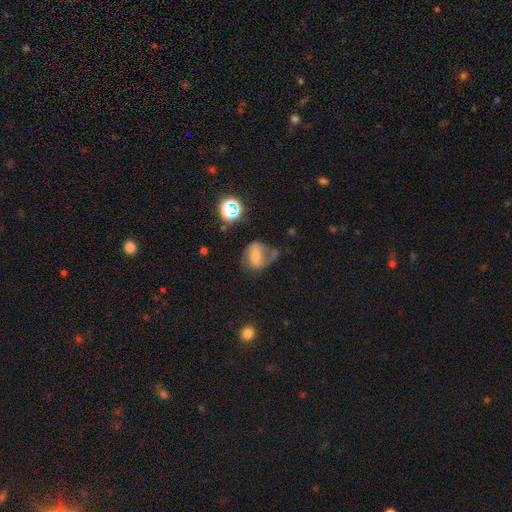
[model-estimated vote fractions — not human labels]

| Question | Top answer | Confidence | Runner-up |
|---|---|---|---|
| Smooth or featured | featured or disk | 58% | smooth (30%) |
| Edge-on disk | no | 96% | yes (4%) |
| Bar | weak | 40% | no (33%) |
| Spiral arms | yes | 83% | no (17%) |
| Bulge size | small | 42% | moderate (41%) |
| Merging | none | 42% | major disturbance (28%) |